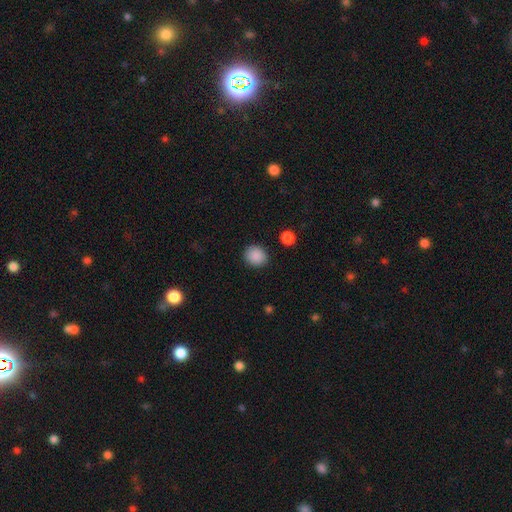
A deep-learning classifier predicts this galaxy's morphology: smooth_or_featured: smooth (p=0.89) [alt: star or artifact p=0.09]
how_rounded: round (p=0.79) [alt: in between p=0.20]
merging: none (p=0.89) [alt: minor disturbance p=0.07]